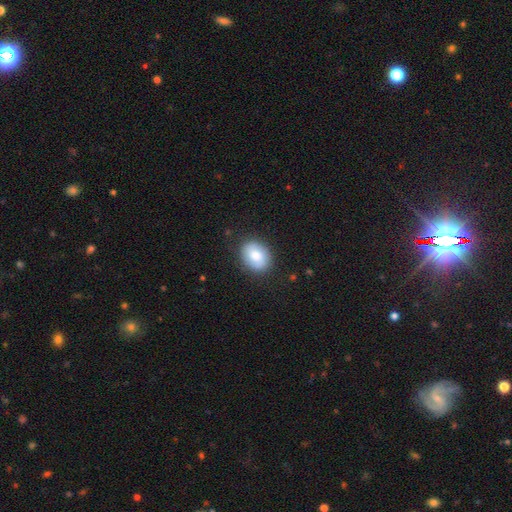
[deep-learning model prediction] smooth_or_featured: smooth (p=0.76) [alt: featured or disk p=0.17]
how_rounded: in between (p=0.59) [alt: round p=0.40]
merging: none (p=0.85) [alt: minor disturbance p=0.11]